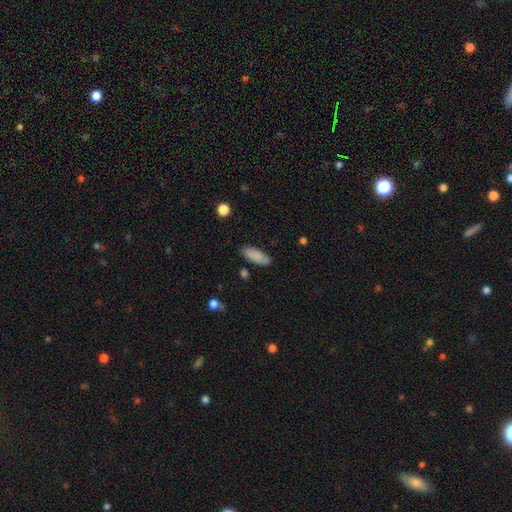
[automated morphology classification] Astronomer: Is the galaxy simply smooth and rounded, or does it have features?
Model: smooth — 87%.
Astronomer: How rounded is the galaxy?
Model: in between — 72%.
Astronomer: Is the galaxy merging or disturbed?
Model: none — 83%.